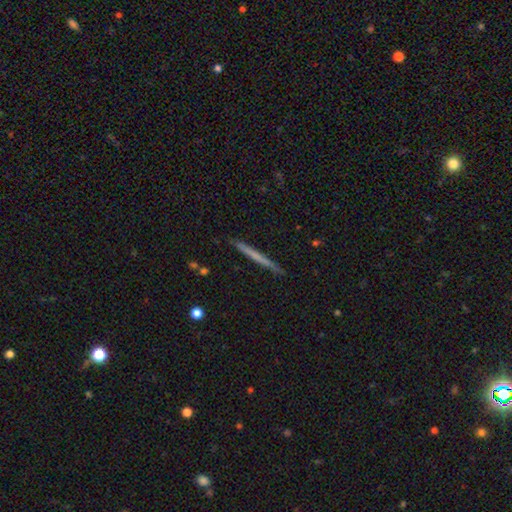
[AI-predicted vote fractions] smooth-or-featured: smooth: 51% | featured or disk: 43% | star or artifact: 6%
  how-rounded: cigar-shaped: 97% | in between: 2% | round: 2%
  merging: none: 91% | minor disturbance: 7% | major disturbance: 1% | merger: 1%